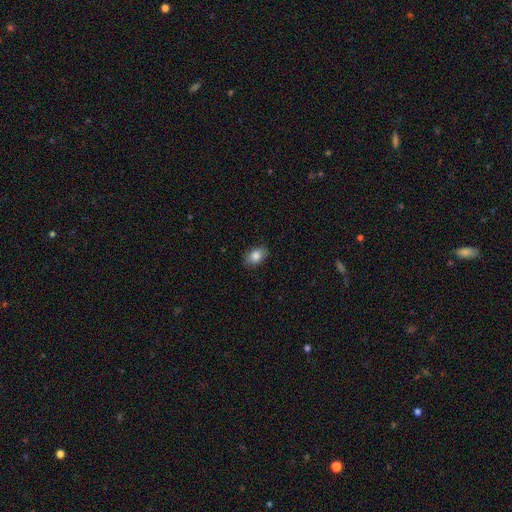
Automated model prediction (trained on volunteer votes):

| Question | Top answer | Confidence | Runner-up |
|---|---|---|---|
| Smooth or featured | smooth | 84% | featured or disk (9%) |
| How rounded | in between | 87% | round (11%) |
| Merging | none | 85% | minor disturbance (12%) |